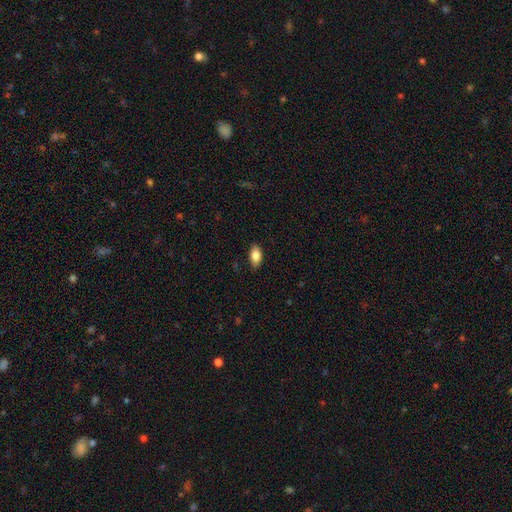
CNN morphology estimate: This appears to be a smooth galaxy with no disk features (82%) that is in between round and cigar-shaped (91%). Merging: none (86%).